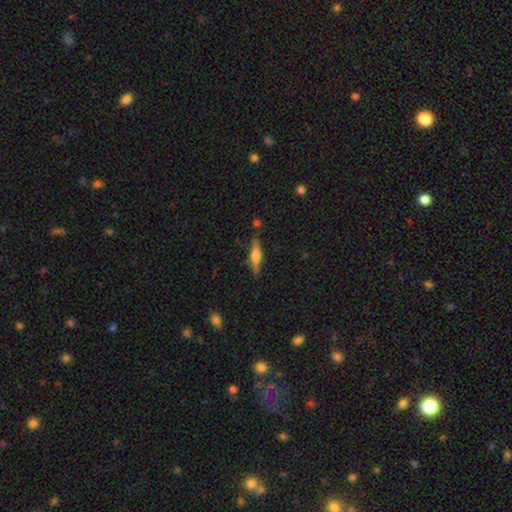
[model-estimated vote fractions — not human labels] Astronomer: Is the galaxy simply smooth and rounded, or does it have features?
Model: smooth — 48% (runner-up: featured or disk, 45%).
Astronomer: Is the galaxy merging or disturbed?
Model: none — 79%.